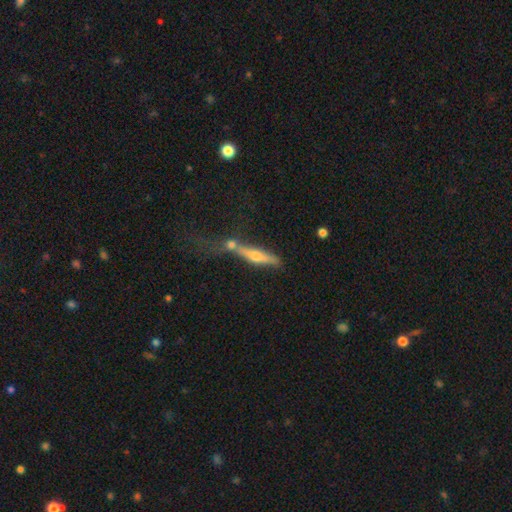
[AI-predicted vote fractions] The model was most divided on "merging": none: 43%, merger: 26%, minor disturbance: 19%, major disturbance: 12%. More confident: edge-on bulge — rounded (91%); edge-on disk — yes (90%); smooth or featured — featured or disk (62%).